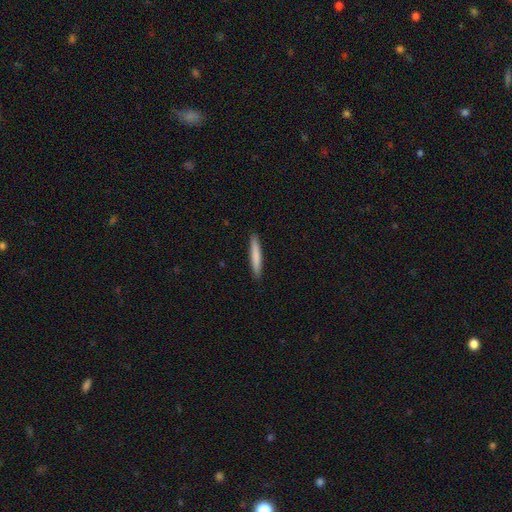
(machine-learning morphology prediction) Smooth or featured? smooth (80%)
How rounded? cigar-shaped (95%)
Merging? none (91%)